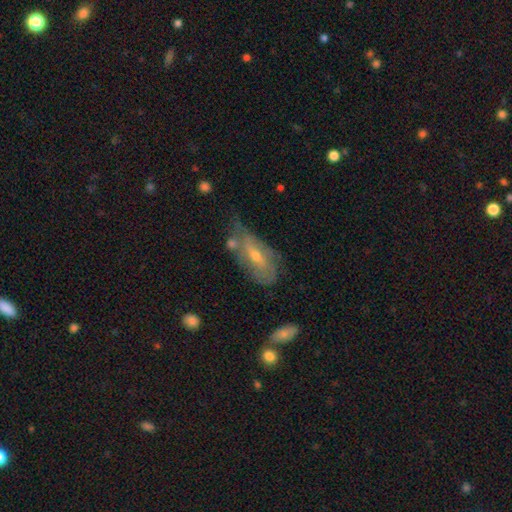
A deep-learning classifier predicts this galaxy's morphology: This is possibly a featured or disk galaxy (58%). It is clearly not viewed edge-on (82%). Merging: marginally none (41%).